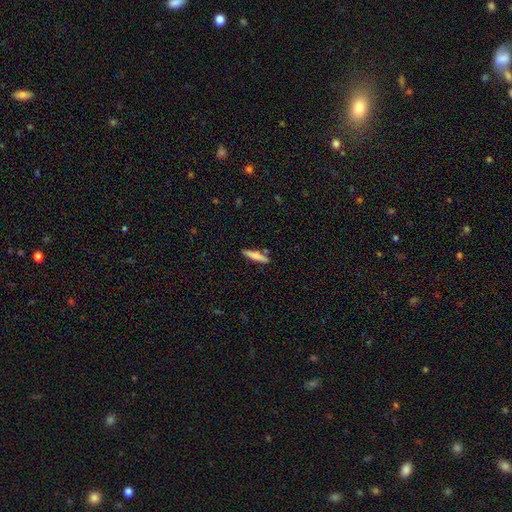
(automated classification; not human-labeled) Smooth or featured?
  - smooth: 75% *
  - featured or disk: 18%
  - star or artifact: 6%
How rounded?
  - cigar-shaped: 85% *
  - in between: 13%
  - round: 2%
Merging?
  - none: 80% *
  - minor disturbance: 12%
  - merger: 6%
  - major disturbance: 3%